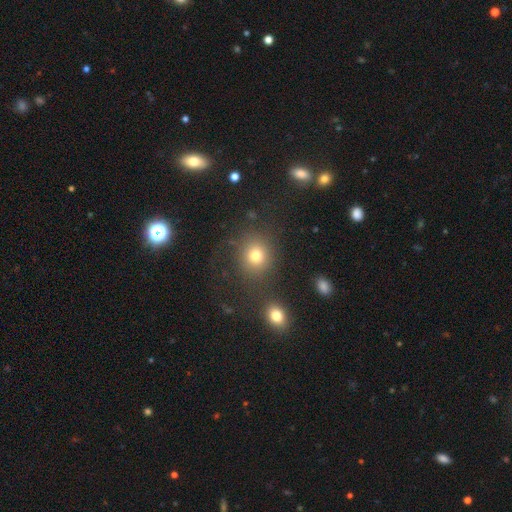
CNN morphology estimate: Overall: smooth (76%). How rounded: round (78%). Merging: none (76%).